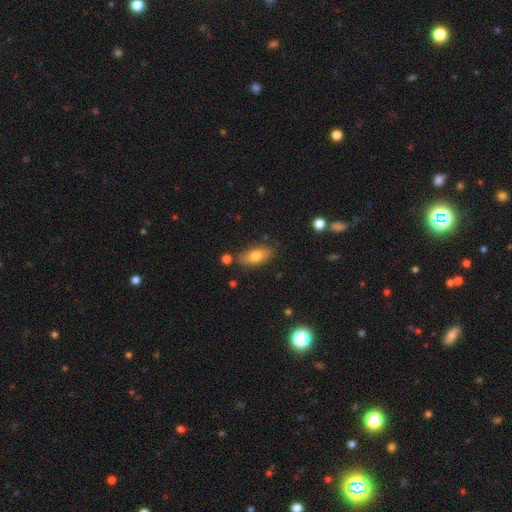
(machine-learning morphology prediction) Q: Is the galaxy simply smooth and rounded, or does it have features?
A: smooth — 74%.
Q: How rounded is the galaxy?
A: in between — 81%.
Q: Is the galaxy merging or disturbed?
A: none — 78%.